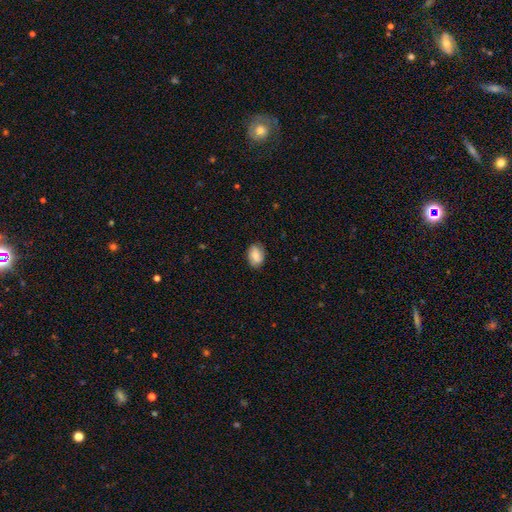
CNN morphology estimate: Smooth or featured? smooth (71%)
How rounded? in between (80%)
Merging? none (82%)